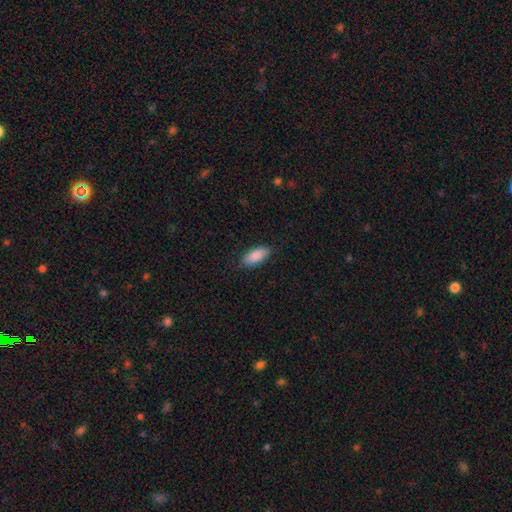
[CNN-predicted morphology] Smooth or featured?
  - smooth: 87% *
  - featured or disk: 7%
  - star or artifact: 6%
How rounded?
  - in between: 89% *
  - cigar-shaped: 9%
  - round: 2%
Merging?
  - none: 85% *
  - minor disturbance: 12%
  - major disturbance: 2%
  - merger: 1%